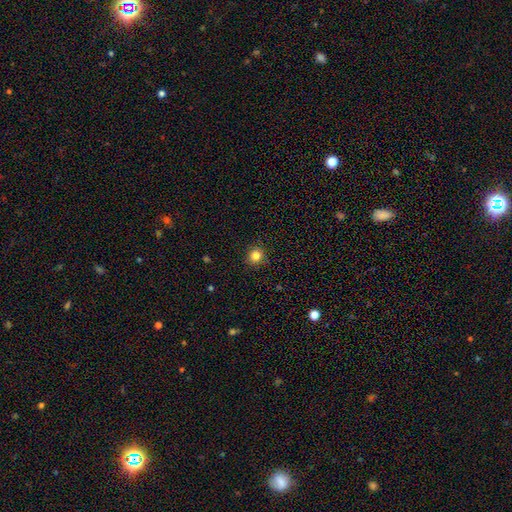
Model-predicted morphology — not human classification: Q: Smooth or featured?
A: smooth (82%); runner-up: star or artifact (13%)
Q: How rounded?
A: round (91%); runner-up: in between (8%)
Q: Merging?
A: none (91%); runner-up: minor disturbance (6%)